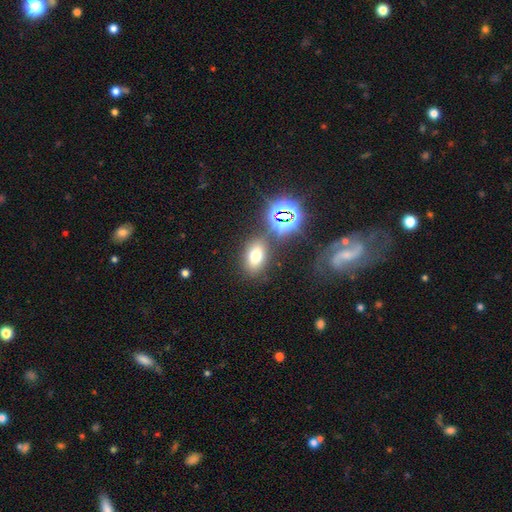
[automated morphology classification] Smooth or featured? smooth (62%)
How rounded? in between (78%)
Merging? none (76%)